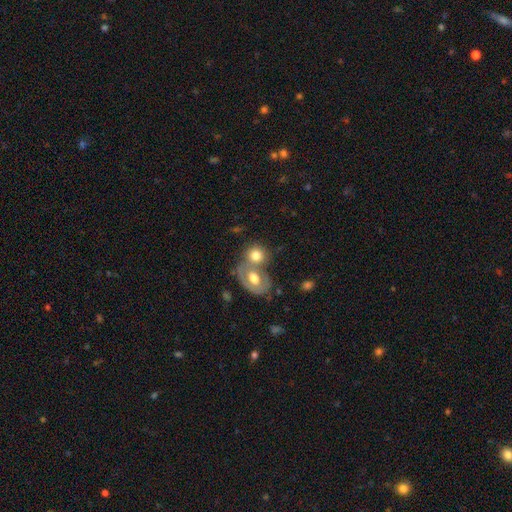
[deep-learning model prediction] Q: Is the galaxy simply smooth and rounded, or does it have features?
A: smooth — 68%.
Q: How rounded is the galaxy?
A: round — 64%.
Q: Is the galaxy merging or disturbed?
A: merger — 56%.